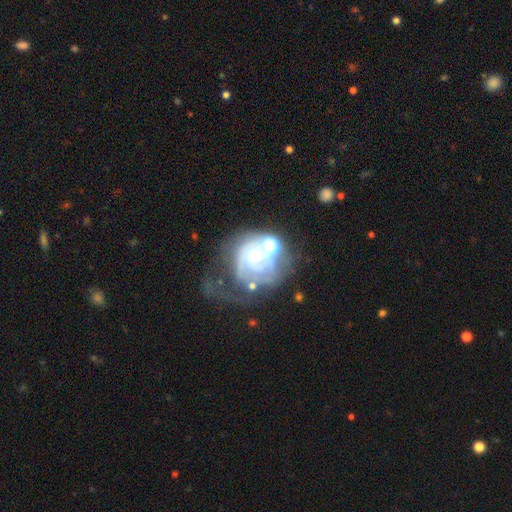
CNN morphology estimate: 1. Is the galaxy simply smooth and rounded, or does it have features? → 69% featured or disk, 18% smooth, 13% star or artifact.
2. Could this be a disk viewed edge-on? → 97% no, 3% yes.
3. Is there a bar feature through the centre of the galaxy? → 77% no, 18% weak, 4% strong.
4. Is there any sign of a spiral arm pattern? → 72% yes, 28% no.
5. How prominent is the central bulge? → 50% moderate, 37% small, 6% large, 4% none, 2% dominant.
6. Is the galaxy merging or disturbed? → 36% major disturbance, 28% none, 20% merger, 16% minor disturbance.